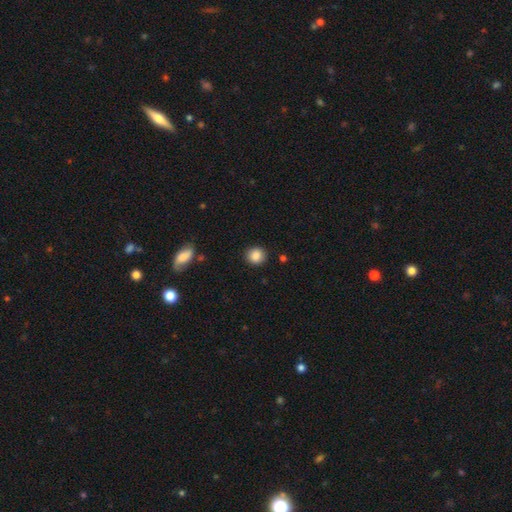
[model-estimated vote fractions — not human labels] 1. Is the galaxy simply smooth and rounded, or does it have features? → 87% smooth, 9% star or artifact, 4% featured or disk.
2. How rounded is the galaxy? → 87% round, 12% in between, 1% cigar-shaped.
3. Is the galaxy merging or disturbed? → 88% none, 8% minor disturbance, 2% major disturbance, 2% merger.